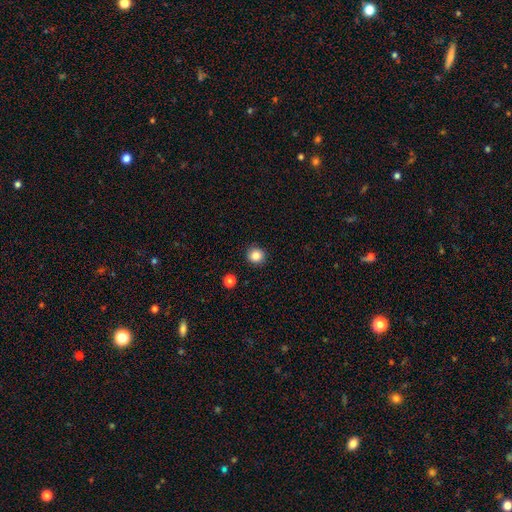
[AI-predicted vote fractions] This is clearly a smooth galaxy (85%). How rounded: clearly round (93%). Merging: clearly none (91%).